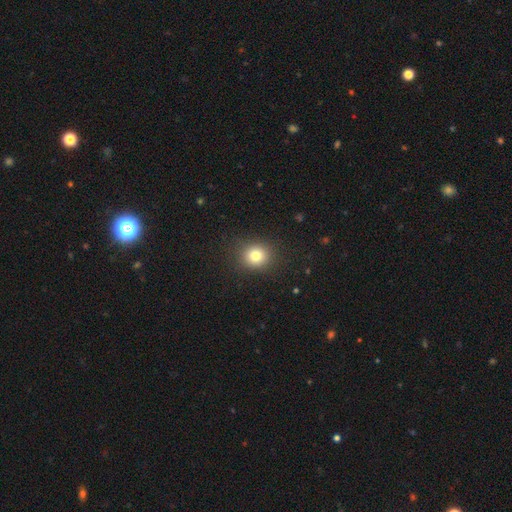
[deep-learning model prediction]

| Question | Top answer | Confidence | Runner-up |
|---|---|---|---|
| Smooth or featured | smooth | 80% | star or artifact (13%) |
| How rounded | round | 82% | in between (18%) |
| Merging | none | 89% | minor disturbance (7%) |